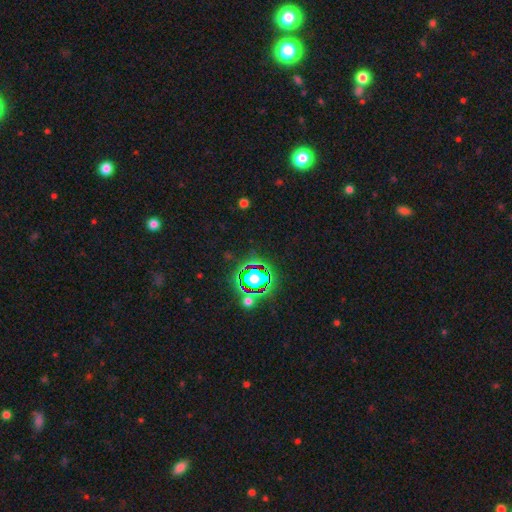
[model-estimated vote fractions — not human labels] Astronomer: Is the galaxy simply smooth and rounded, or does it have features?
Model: star or artifact — 70%.